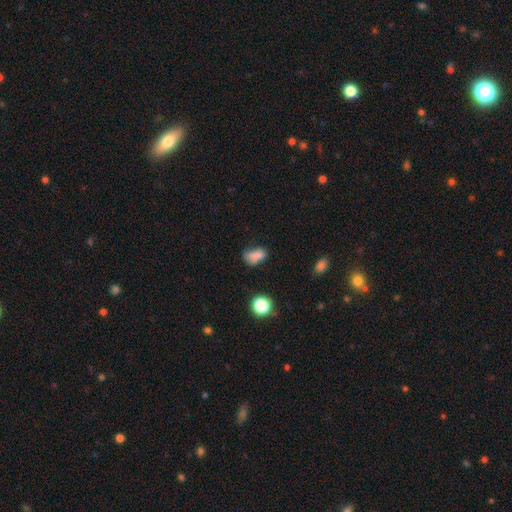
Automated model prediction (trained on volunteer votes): Q: Smooth or featured?
A: smooth (75%); runner-up: star or artifact (13%)
Q: How rounded?
A: in between (82%); runner-up: round (15%)
Q: Merging?
A: none (44%); runner-up: minor disturbance (32%)